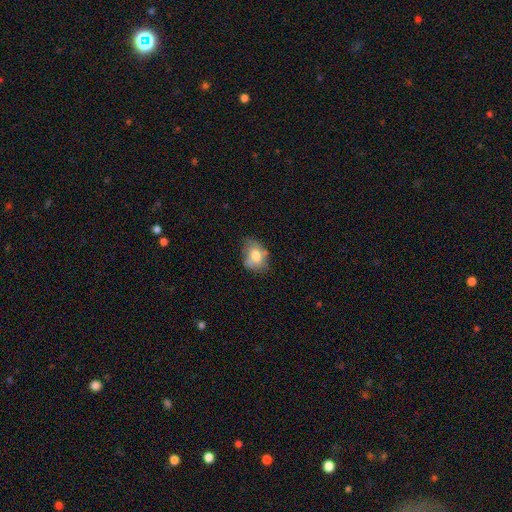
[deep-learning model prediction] A smooth galaxy with no disk features (66%) that is in between round and cigar-shaped (67%).

Vote fractions:
- Smooth or featured? smooth: 66% / featured or disk: 25% / star or artifact: 9%
- How rounded? in between: 67% / round: 32% / cigar-shaped: 1%
- Merging? none: 49% / minor disturbance: 34% / major disturbance: 12% / merger: 6%